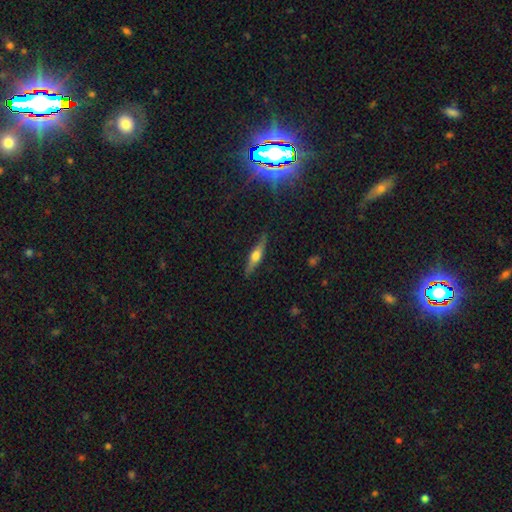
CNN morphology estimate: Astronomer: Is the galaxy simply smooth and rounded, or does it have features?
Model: featured or disk — 59% (runner-up: smooth, 34%).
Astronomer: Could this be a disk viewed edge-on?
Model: yes — 95%.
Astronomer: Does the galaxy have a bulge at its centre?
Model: rounded — 91%.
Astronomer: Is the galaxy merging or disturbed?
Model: none — 86%.